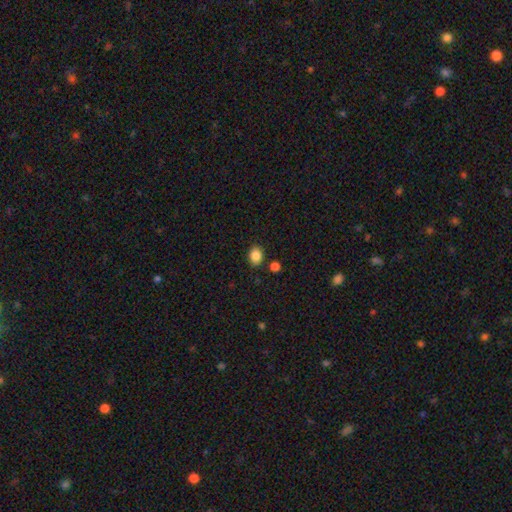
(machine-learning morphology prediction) Smooth or featured: smooth — 86% (star or artifact — 10%)
How rounded: in between — 54% (round — 45%)
Merging: none — 82% (minor disturbance — 11%)